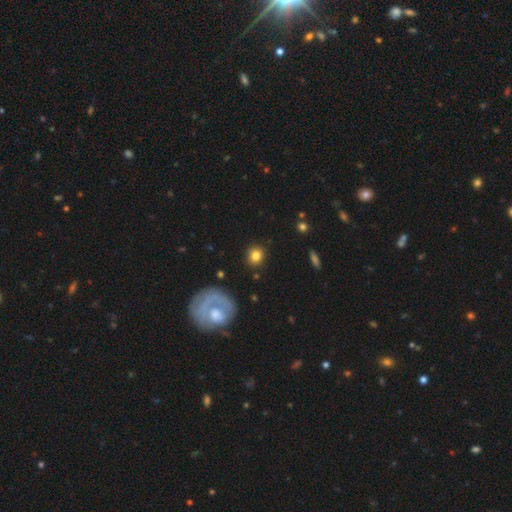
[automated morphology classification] smooth 81%, star or artifact 10%, featured or disk 9%. Down the decision tree: how rounded — round (84%); merging — none (88%).